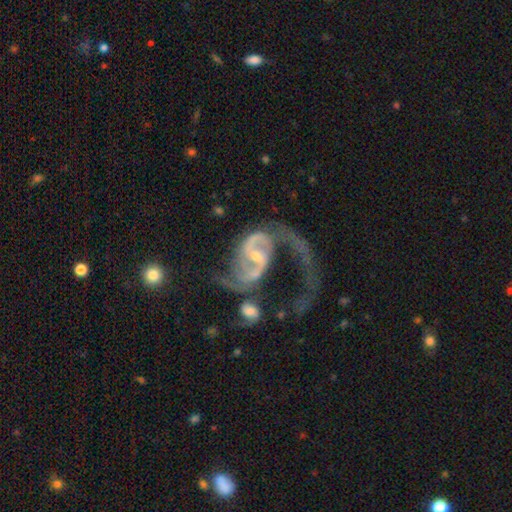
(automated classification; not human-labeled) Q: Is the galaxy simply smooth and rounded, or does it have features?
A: featured or disk — 90%.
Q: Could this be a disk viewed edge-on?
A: no — 98%.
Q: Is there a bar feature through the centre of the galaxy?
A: weak — 45%.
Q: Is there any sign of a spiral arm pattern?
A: yes — 95%.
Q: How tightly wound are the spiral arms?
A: loose — 58%.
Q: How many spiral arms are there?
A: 2 — 80%.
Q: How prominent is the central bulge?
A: small — 57%.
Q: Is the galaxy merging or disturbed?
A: major disturbance — 45%.